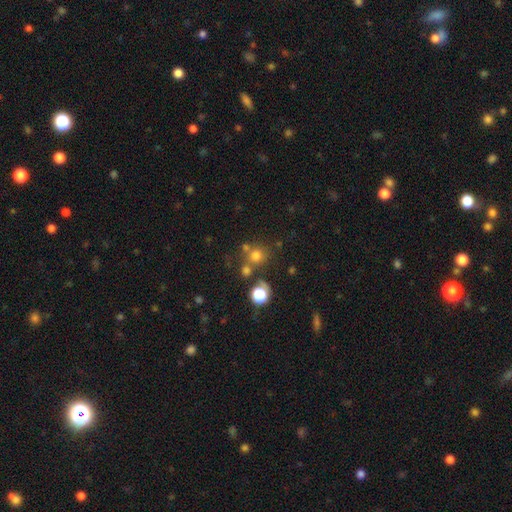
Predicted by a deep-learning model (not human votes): A smooth galaxy with no disk features (69%) that is round (89%). Merging: none (65%).